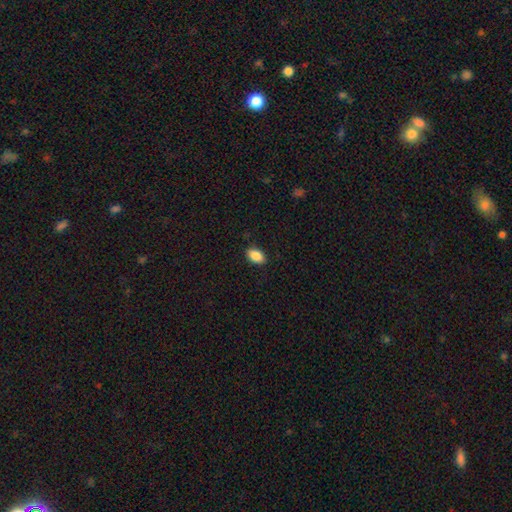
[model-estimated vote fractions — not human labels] A smooth galaxy with no disk features (88%) that is in between round and cigar-shaped (89%). Merging: none (88%).